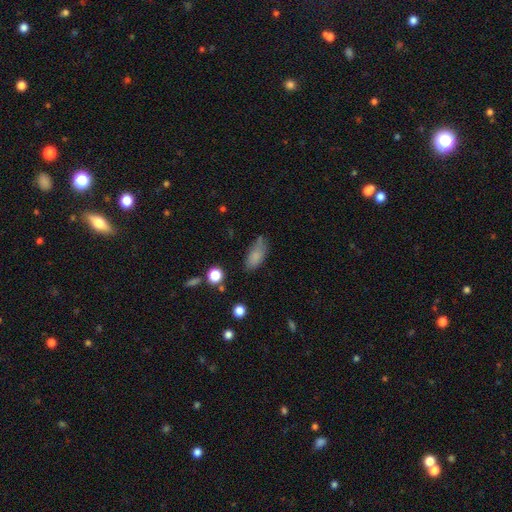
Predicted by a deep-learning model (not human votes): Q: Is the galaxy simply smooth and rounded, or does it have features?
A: smooth — 80%.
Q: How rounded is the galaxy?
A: in between — 83%.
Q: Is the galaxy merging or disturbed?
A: none — 63%.